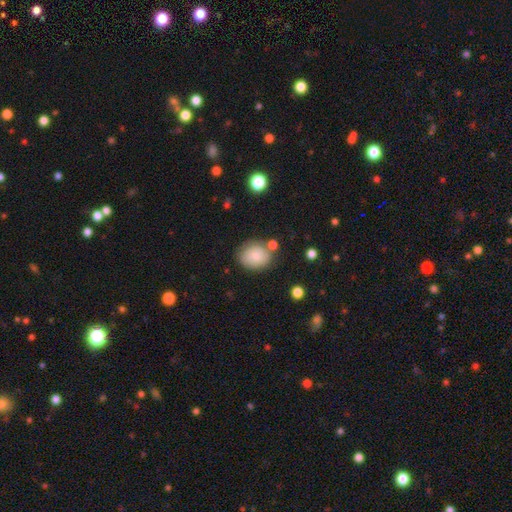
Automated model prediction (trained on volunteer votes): The model was most divided on "how rounded": round: 55%, in between: 44%, cigar-shaped: 1%. More confident: smooth or featured — smooth (76%); merging — none (67%).